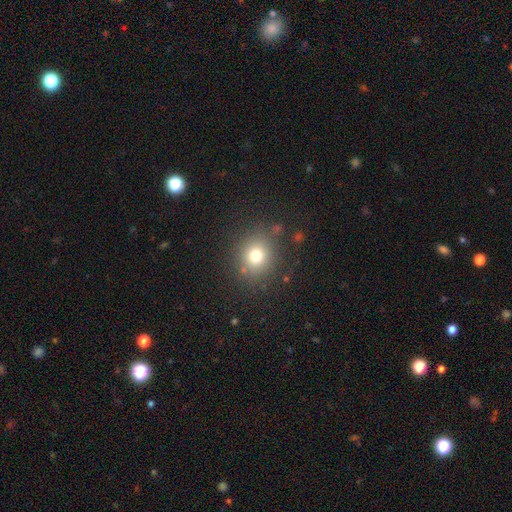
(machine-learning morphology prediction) A smooth galaxy with no disk features (75%) that is round (82%). Merging: none (83%).